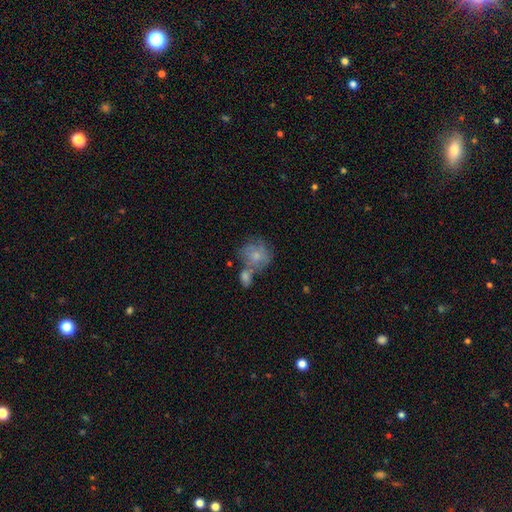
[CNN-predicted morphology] A smooth galaxy with no disk features (58%) that is round (72%). Merging: merger (38%).